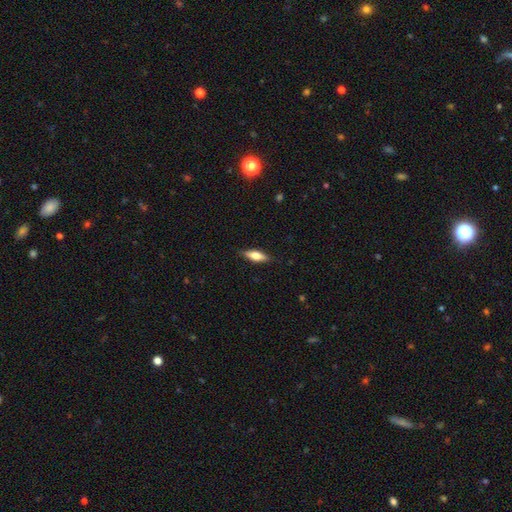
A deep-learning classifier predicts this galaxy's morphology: Smooth or featured: smooth — 60% (featured or disk — 34%)
How rounded: in between — 56% (cigar-shaped — 41%)
Merging: none — 86% (minor disturbance — 11%)